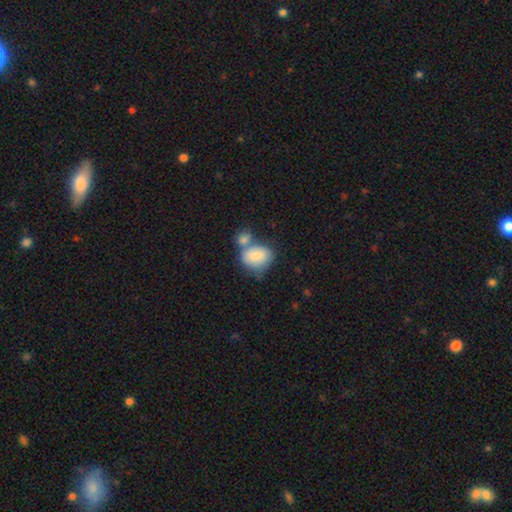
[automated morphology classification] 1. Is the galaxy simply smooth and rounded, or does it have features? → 82% smooth, 11% featured or disk, 6% star or artifact.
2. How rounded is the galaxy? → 68% in between, 31% round, 1% cigar-shaped.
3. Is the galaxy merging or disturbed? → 52% merger, 27% none, 14% minor disturbance, 7% major disturbance.